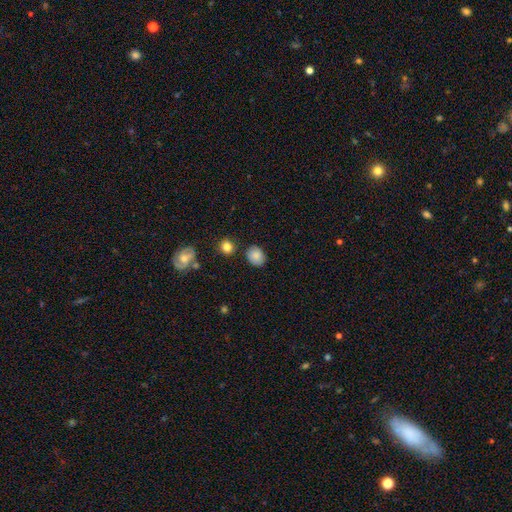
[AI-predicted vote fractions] Smooth or featured? Predicted: smooth (p=0.85). How rounded? Predicted: round (p=0.54). Merging? Predicted: none (p=0.79).